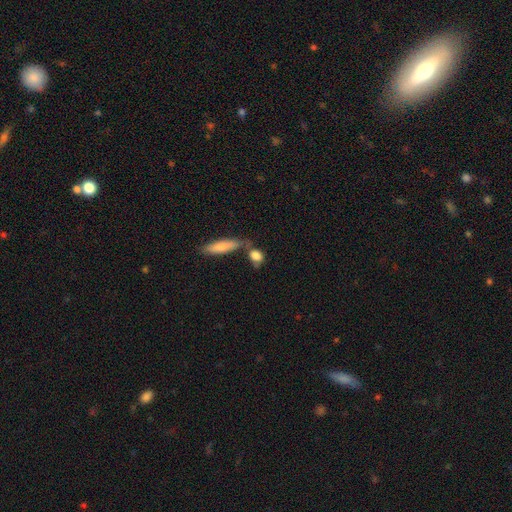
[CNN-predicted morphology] type=smooth (81%); roundness=in between (49%); merging=none (53%).